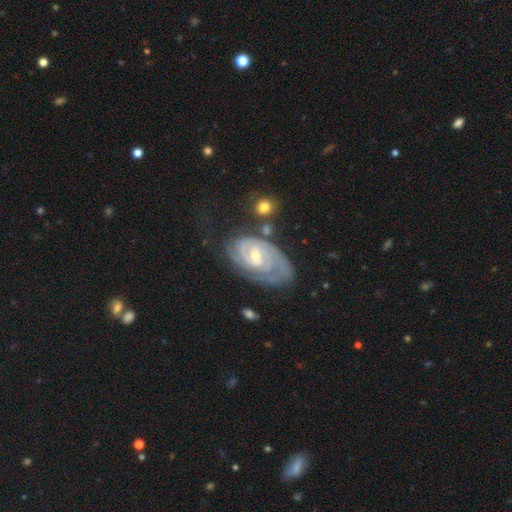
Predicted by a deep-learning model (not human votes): A featured or disk galaxy (88%) with a weak bar (47%), 2 (45%) tight (75%) spiral arms (97%) and a small central bulge (54%). Merging: none (60%).